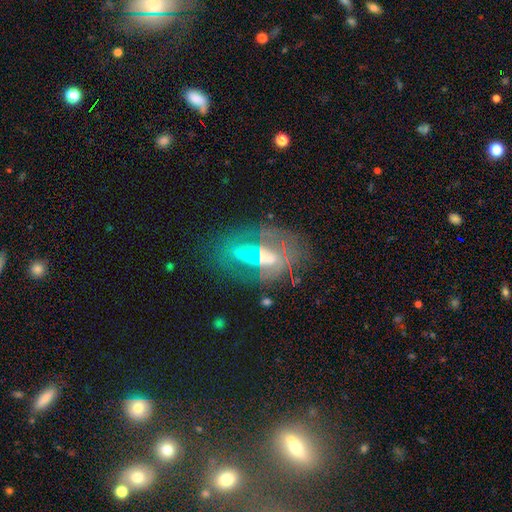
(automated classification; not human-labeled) Smooth or featured?
  - featured or disk: 58% *
  - smooth: 26%
  - star or artifact: 16%
Edge-on disk?
  - no: 93% *
  - yes: 7%
Bar?
  - no: 69% *
  - weak: 20%
  - strong: 11%
Spiral arms?
  - no: 69% *
  - yes: 31%
Bulge size?
  - moderate: 43% *
  - small: 27%
  - none: 15%
  - large: 11%
  - dominant: 3%
Merging?
  - none: 38% *
  - major disturbance: 23%
  - merger: 21%
  - minor disturbance: 17%